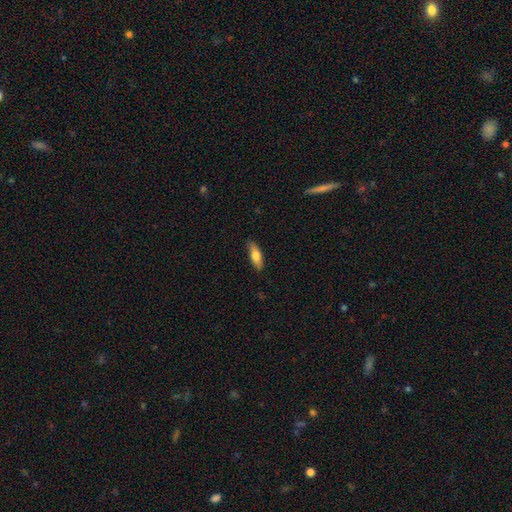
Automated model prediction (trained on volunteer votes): smooth-or-featured: smooth: 70% | featured or disk: 24% | star or artifact: 6%
  how-rounded: in between: 58% | cigar-shaped: 40% | round: 2%
  merging: none: 83% | minor disturbance: 13% | major disturbance: 2% | merger: 1%